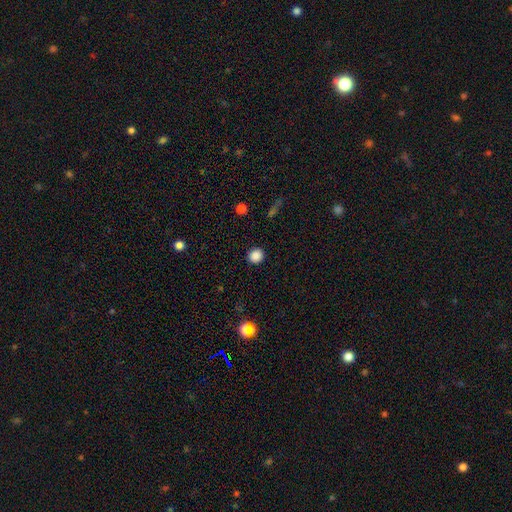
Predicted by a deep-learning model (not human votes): smooth_or_featured: smooth (p=0.86) [alt: star or artifact p=0.11]
how_rounded: round (p=0.82) [alt: in between p=0.17]
merging: none (p=0.91) [alt: minor disturbance p=0.06]